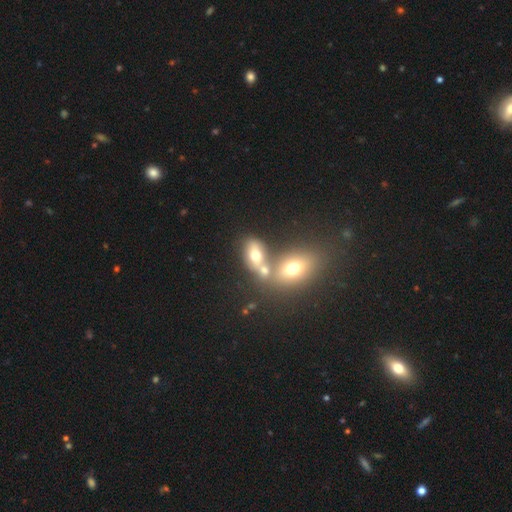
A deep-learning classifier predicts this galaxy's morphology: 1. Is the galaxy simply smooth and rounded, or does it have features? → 62% smooth, 24% featured or disk, 14% star or artifact.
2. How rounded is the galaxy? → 75% in between, 21% round, 4% cigar-shaped.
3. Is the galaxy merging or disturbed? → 49% merger, 35% none, 9% minor disturbance, 6% major disturbance.